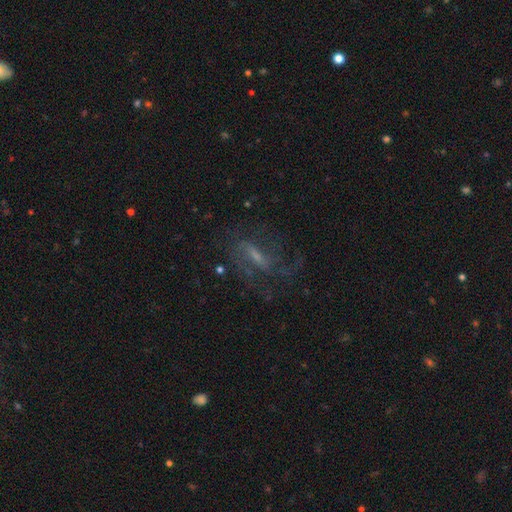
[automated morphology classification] The model was most divided on "spiral winding": medium: 44%, loose: 35%, tight: 21%. Remaining: edge-on disk — no (89%); spiral arms — yes (84%); smooth or featured — featured or disk (70%); merging — none (58%); bulge size — small (45%); bar — weak (44%); spiral arm count — 2 (42%).